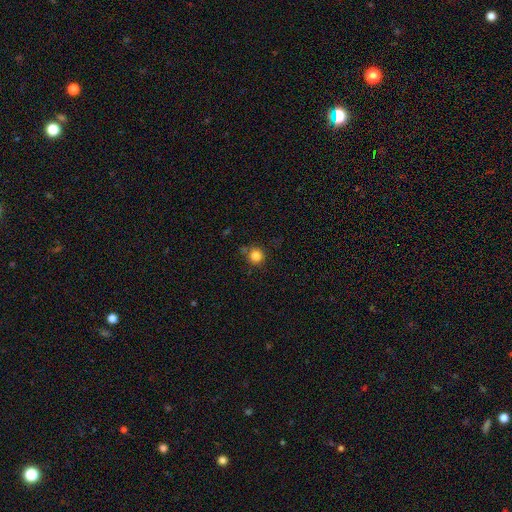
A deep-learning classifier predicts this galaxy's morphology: Smooth or featured? smooth (83%)
How rounded? round (94%)
Merging? none (77%)